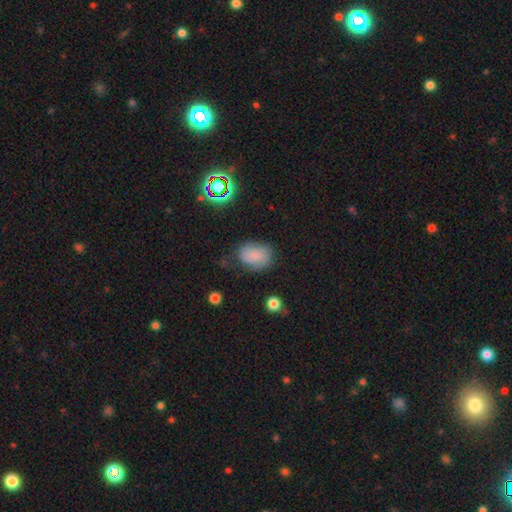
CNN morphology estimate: Smooth or featured?
  - smooth: 67% *
  - featured or disk: 20%
  - star or artifact: 13%
How rounded?
  - in between: 64% *
  - round: 35%
  - cigar-shaped: 1%
Merging?
  - none: 57% *
  - minor disturbance: 27%
  - major disturbance: 13%
  - merger: 3%